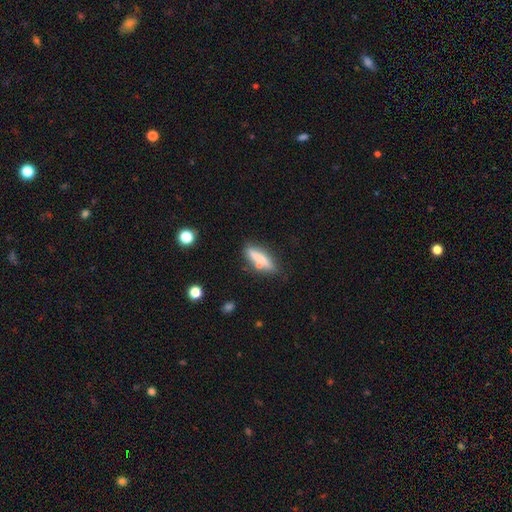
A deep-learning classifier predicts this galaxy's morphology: Q: Smooth or featured?
A: smooth (62%); runner-up: featured or disk (29%)
Q: How rounded?
A: cigar-shaped (69%); runner-up: in between (29%)
Q: Merging?
A: none (68%); runner-up: minor disturbance (17%)